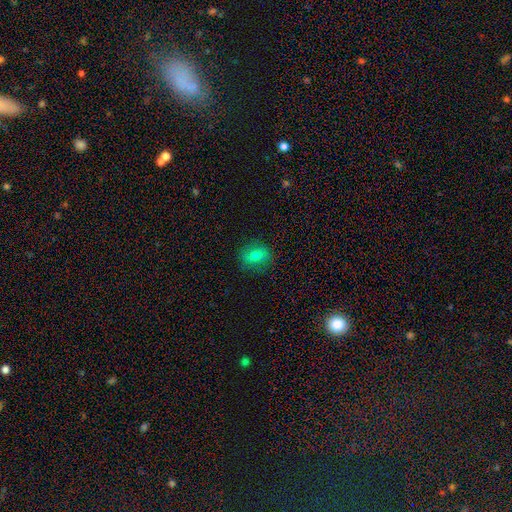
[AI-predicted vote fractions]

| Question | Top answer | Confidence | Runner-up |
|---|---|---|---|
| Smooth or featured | smooth | 75% | featured or disk (15%) |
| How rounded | in between | 56% | round (42%) |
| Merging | none | 82% | minor disturbance (13%) |